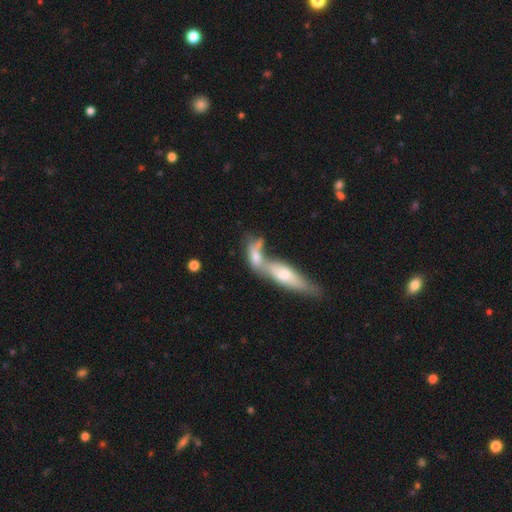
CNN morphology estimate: This appears to be a smooth galaxy with no disk features (57%) that is in between round and cigar-shaped (61%). Merging: merger (67%).